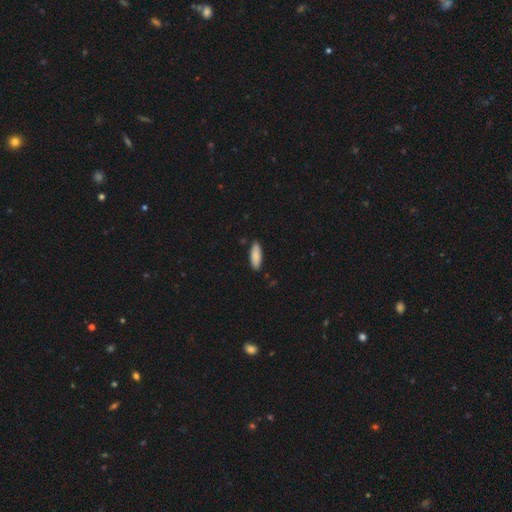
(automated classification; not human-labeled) The model was most divided on "how rounded": in between: 66%, cigar-shaped: 33%, round: 2%. More confident: smooth or featured — smooth (88%); merging — none (86%).